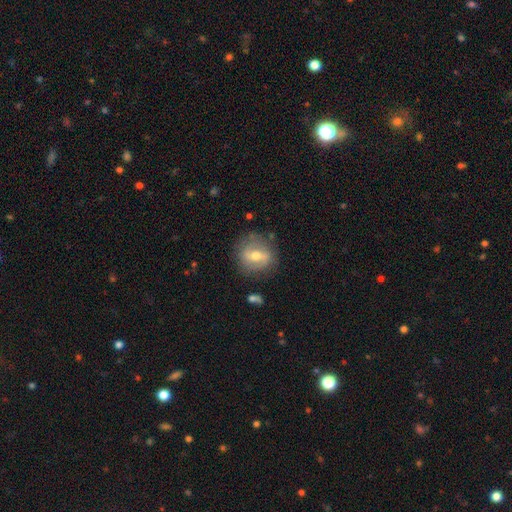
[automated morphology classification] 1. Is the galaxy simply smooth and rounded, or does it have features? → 53% featured or disk, 39% smooth, 8% star or artifact.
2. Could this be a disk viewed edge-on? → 90% no, 10% yes.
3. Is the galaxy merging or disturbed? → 77% none, 15% minor disturbance, 6% major disturbance, 2% merger.